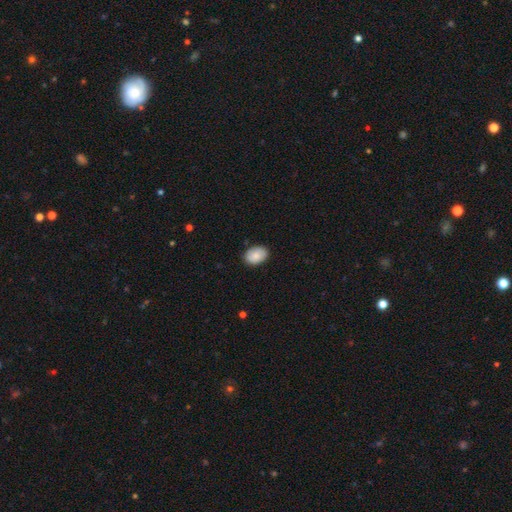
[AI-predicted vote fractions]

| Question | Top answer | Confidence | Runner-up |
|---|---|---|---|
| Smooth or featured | smooth | 83% | featured or disk (10%) |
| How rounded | in between | 78% | round (21%) |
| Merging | none | 84% | minor disturbance (13%) |